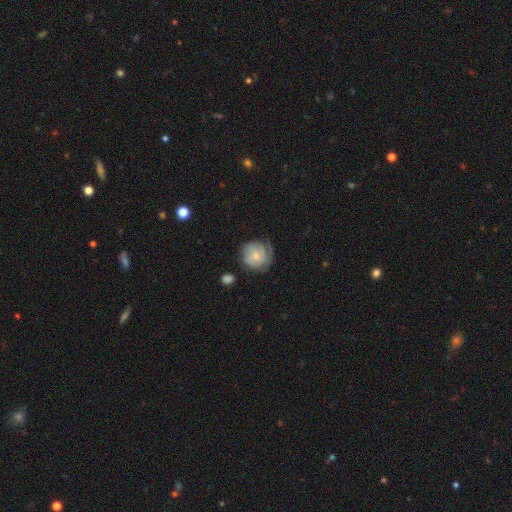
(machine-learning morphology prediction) The model was most divided on "smooth or featured": featured or disk: 53%, smooth: 39%, star or artifact: 7%. More confident: edge-on disk — no (98%); spiral arms — yes (85%); bar — no (75%); merging — none (60%); bulge size — small (57%).